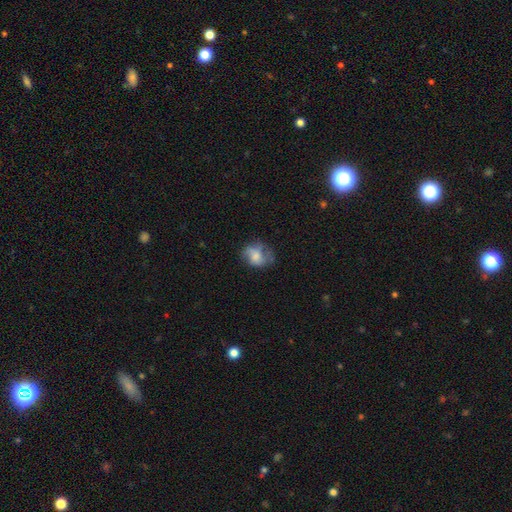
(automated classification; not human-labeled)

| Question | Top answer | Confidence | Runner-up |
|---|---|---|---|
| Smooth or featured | smooth | 56% | featured or disk (35%) |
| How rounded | round | 51% | in between (48%) |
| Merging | none | 50% | minor disturbance (28%) |